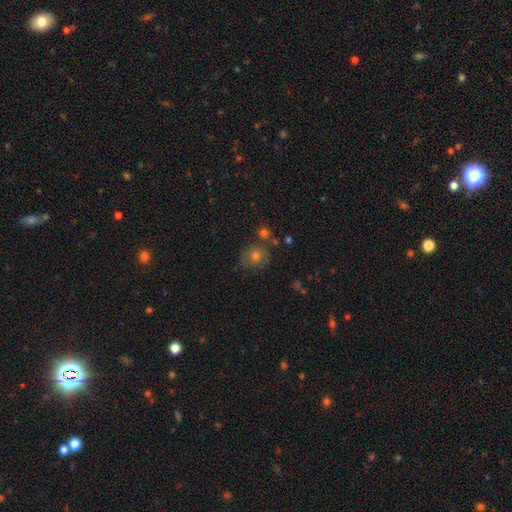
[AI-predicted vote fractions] Smooth or featured?
  - smooth: 56% *
  - featured or disk: 23%
  - star or artifact: 21%
How rounded?
  - round: 82% *
  - in between: 17%
  - cigar-shaped: 1%
Merging?
  - none: 72% *
  - minor disturbance: 15%
  - merger: 8%
  - major disturbance: 6%